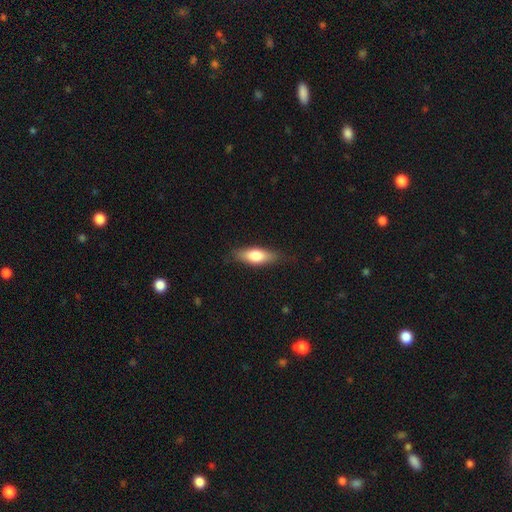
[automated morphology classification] A smooth galaxy with no disk features (72%) that is in between round and cigar-shaped (66%).

Vote fractions:
- Smooth or featured? smooth: 72% / featured or disk: 22% / star or artifact: 6%
- How rounded? in between: 66% / cigar-shaped: 31% / round: 3%
- Merging? none: 81% / minor disturbance: 15% / major disturbance: 3% / merger: 1%